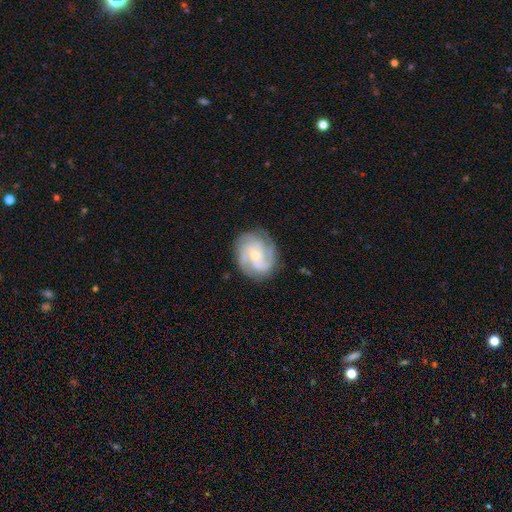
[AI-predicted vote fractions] A featured or disk galaxy (85%) with no bar (63%), 3 (41%) tight (53%) spiral arms (97%) and a small central bulge (65%). Merging: none (80%).